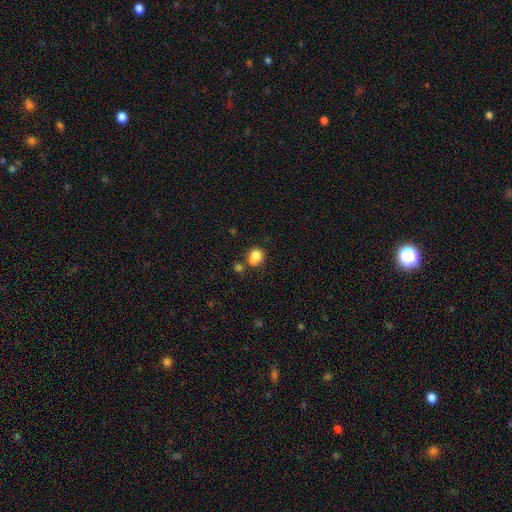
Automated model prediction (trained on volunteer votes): smooth 83%, star or artifact 10%, featured or disk 7%. Down the decision tree: how rounded — round (70%); merging — none (54%).